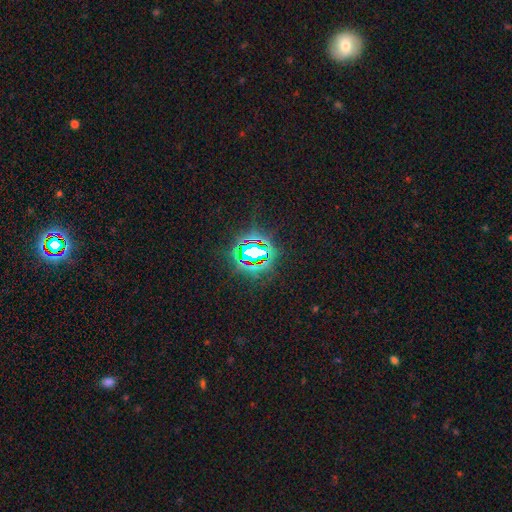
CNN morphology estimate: This is likely a star or artifact rather than a galaxy (76%).